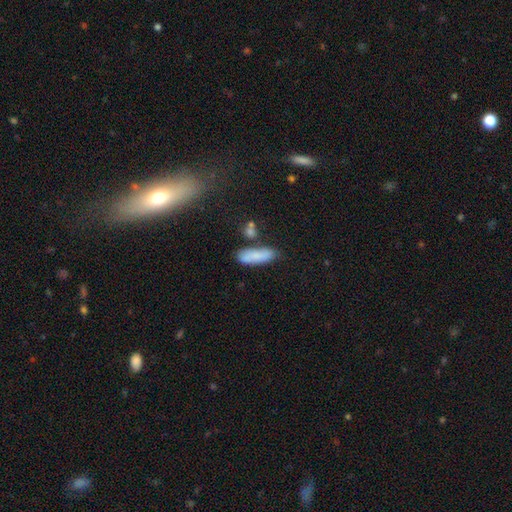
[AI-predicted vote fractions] This appears to be a smooth galaxy with no disk features (78%) that is in between round and cigar-shaped (59%). Merging: none (64%).